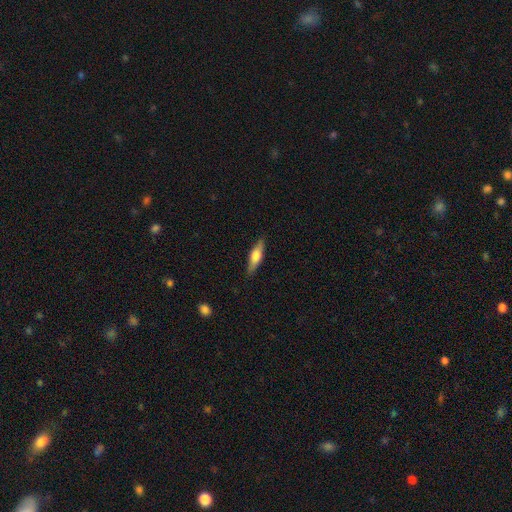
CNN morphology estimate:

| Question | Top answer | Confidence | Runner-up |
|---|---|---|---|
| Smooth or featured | smooth | 52% | featured or disk (42%) |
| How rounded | cigar-shaped | 60% | in between (37%) |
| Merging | none | 87% | minor disturbance (10%) |